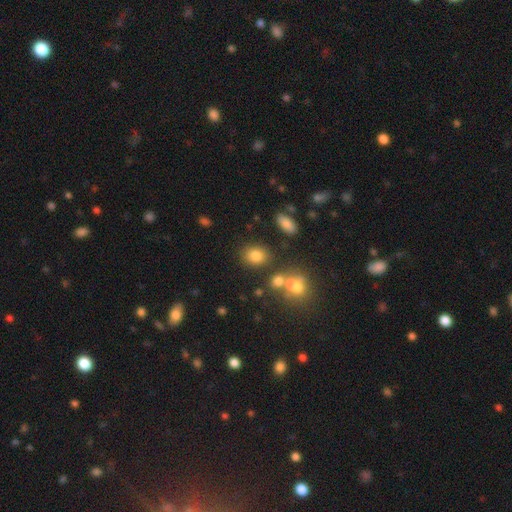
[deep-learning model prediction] The model was most divided on "how rounded": in between: 50%, round: 48%, cigar-shaped: 2%. More confident: smooth or featured — smooth (79%); merging — none (74%).